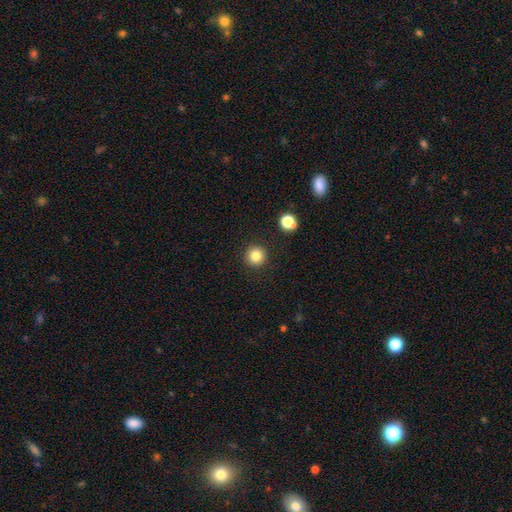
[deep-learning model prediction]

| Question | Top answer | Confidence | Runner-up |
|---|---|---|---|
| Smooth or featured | smooth | 83% | star or artifact (12%) |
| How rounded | round | 95% | in between (4%) |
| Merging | none | 91% | minor disturbance (5%) |